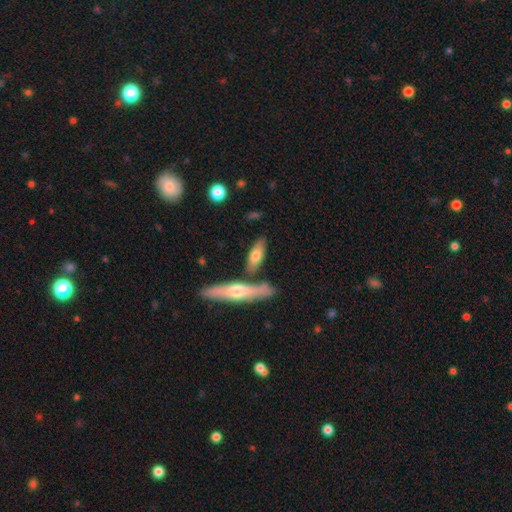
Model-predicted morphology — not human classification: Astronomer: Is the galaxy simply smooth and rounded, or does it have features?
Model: smooth — 63%.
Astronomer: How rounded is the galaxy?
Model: in between — 50% (runner-up: cigar-shaped, 47%).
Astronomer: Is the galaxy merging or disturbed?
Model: none — 69%.